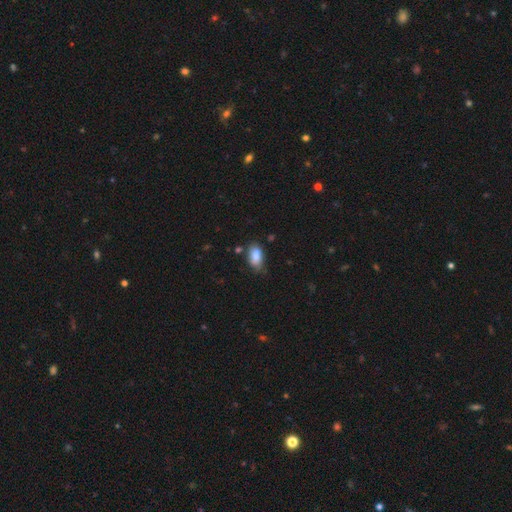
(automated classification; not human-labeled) Morphology: type=smooth (85%); roundness=in between (91%); merging=none (62%).